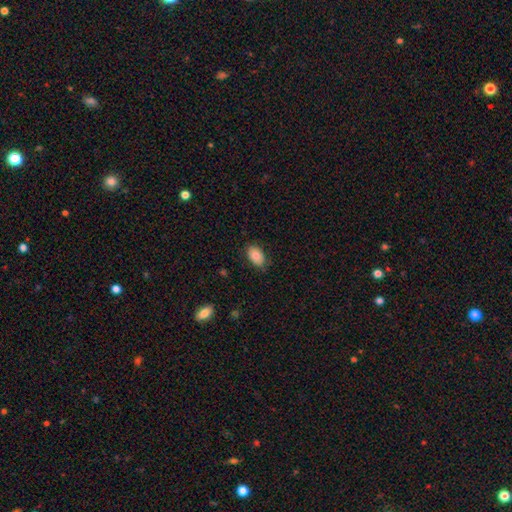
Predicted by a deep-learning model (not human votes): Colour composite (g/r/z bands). It shows a smooth galaxy with no disk features (81%) that is in between round and cigar-shaped (90%). Merging: none (79%).